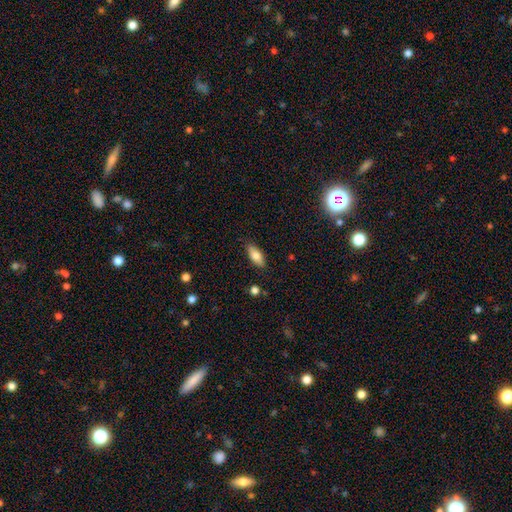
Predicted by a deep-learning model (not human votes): smooth-or-featured: smooth: 77% | featured or disk: 16% | star or artifact: 7%
  how-rounded: in between: 78% | cigar-shaped: 19% | round: 2%
  merging: none: 86% | minor disturbance: 11% | major disturbance: 2% | merger: 1%